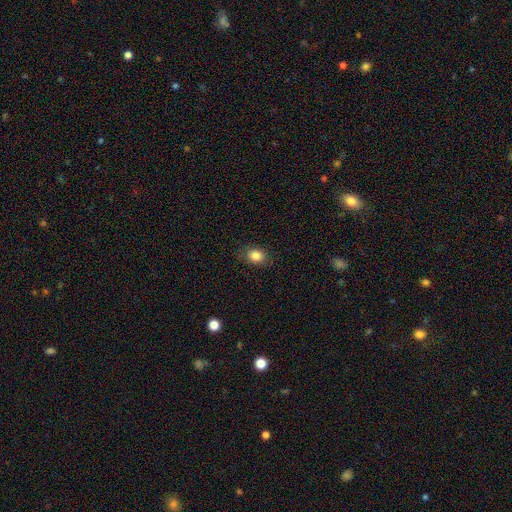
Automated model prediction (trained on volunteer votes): Q: Smooth or featured?
A: smooth (84%); runner-up: star or artifact (10%)
Q: How rounded?
A: in between (54%); runner-up: round (45%)
Q: Merging?
A: none (82%); runner-up: minor disturbance (13%)